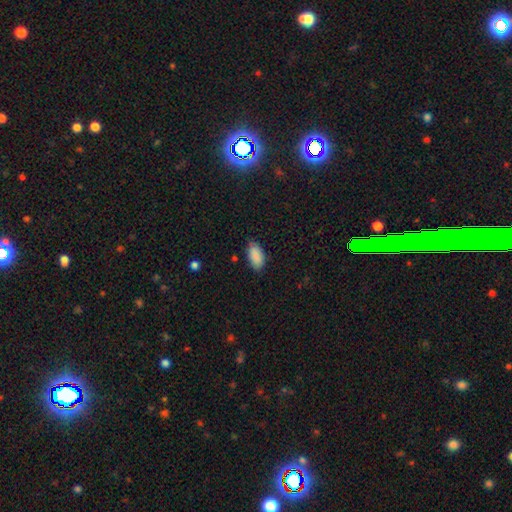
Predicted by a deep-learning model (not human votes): A smooth galaxy with no disk features (89%) that is in between round and cigar-shaped (93%).

Vote fractions:
- Smooth or featured? smooth: 89% / star or artifact: 7% / featured or disk: 4%
- How rounded? in between: 93% / cigar-shaped: 5% / round: 3%
- Merging? none: 80% / minor disturbance: 16% / major disturbance: 3% / merger: 1%